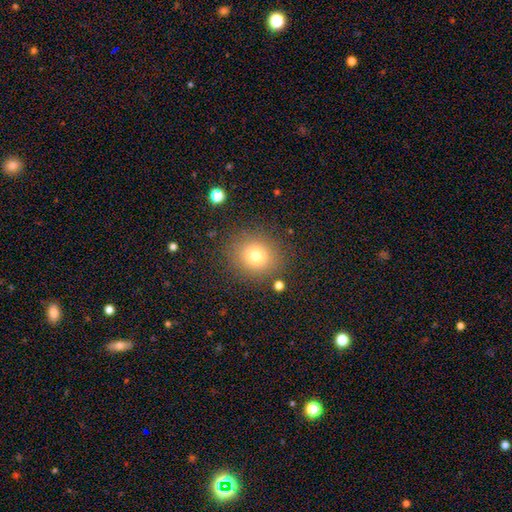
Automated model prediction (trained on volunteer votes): This is likely a smooth galaxy (76%). How rounded: likely round (79%). Merging: clearly none (85%).